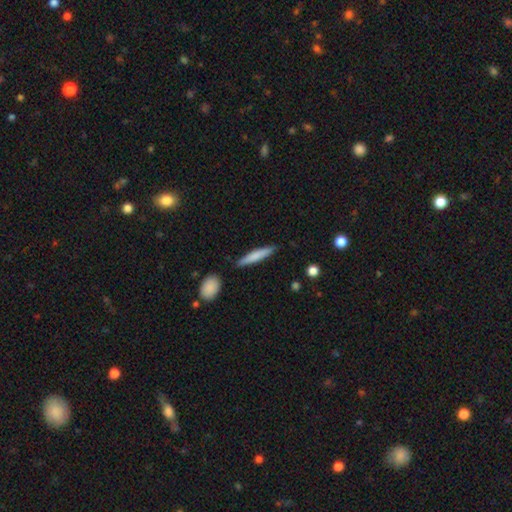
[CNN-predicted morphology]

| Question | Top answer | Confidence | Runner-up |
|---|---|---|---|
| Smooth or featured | smooth | 72% | featured or disk (22%) |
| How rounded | cigar-shaped | 91% | in between (8%) |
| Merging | none | 86% | minor disturbance (10%) |